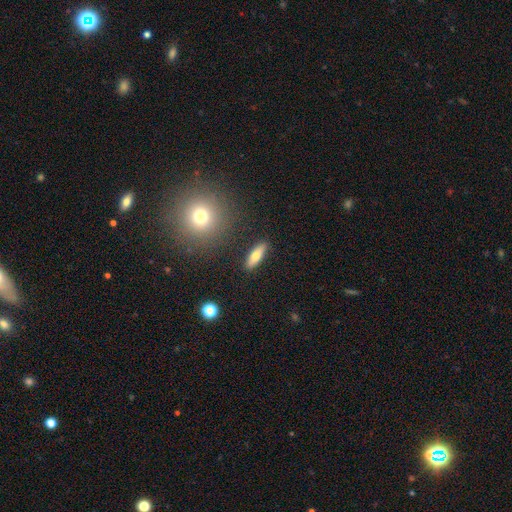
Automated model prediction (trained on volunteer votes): Smooth or featured?
  - smooth: 74% *
  - featured or disk: 19%
  - star or artifact: 7%
How rounded?
  - in between: 49% *
  - cigar-shaped: 48%
  - round: 3%
Merging?
  - none: 88% *
  - minor disturbance: 8%
  - major disturbance: 2%
  - merger: 2%